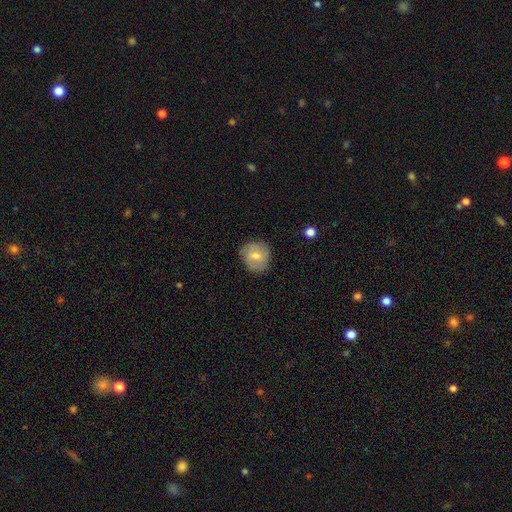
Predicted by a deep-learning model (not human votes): Overall: smooth (72%). How rounded: round (88%). Merging: none (82%).